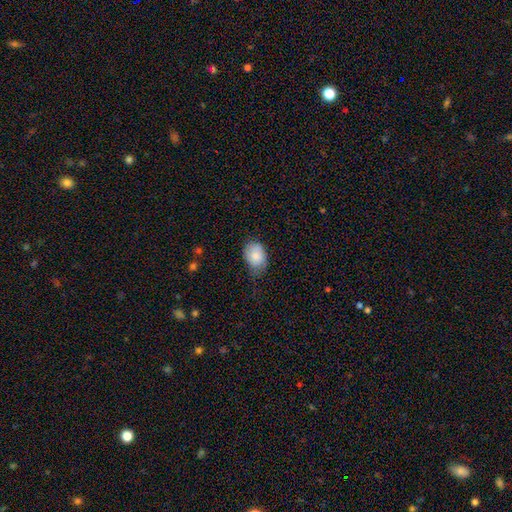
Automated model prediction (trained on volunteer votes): This is clearly a smooth galaxy (81%). How rounded: likely in between (73%). Merging: possibly none (49%).